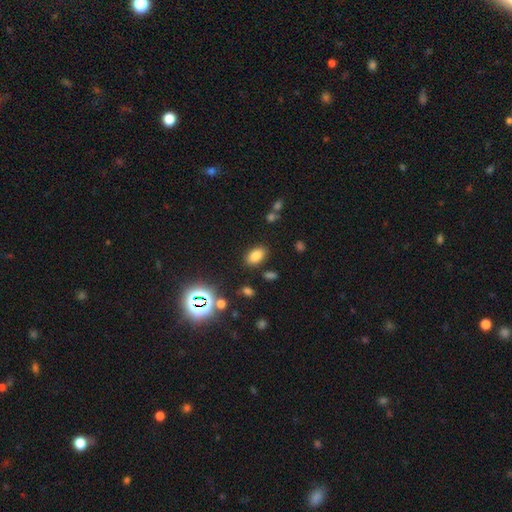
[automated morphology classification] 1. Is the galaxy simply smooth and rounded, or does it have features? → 78% smooth, 16% star or artifact, 7% featured or disk.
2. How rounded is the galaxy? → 89% in between, 9% round, 2% cigar-shaped.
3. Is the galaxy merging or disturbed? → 84% none, 10% minor disturbance, 3% major disturbance, 3% merger.